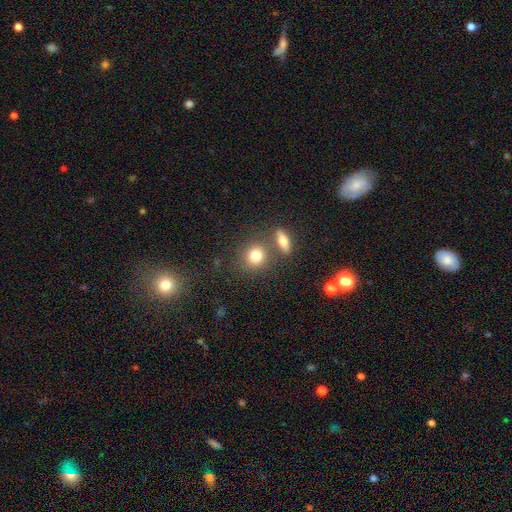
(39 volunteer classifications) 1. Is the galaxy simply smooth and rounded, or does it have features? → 95% smooth, 5% star or artifact, 0% featured or disk.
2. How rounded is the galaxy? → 89% round, 5% in between, 5% cigar-shaped.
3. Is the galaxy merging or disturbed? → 78% none, 19% merger, 3% minor disturbance, 0% major disturbance.